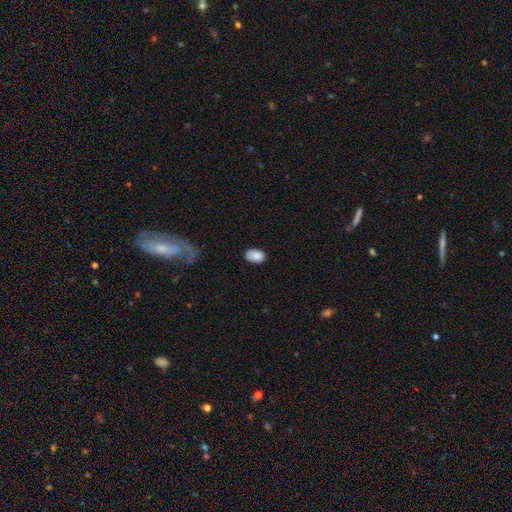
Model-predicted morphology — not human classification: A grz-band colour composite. It shows a smooth galaxy with no disk features (87%) that is in between round and cigar-shaped (90%). Merging: none (79%).